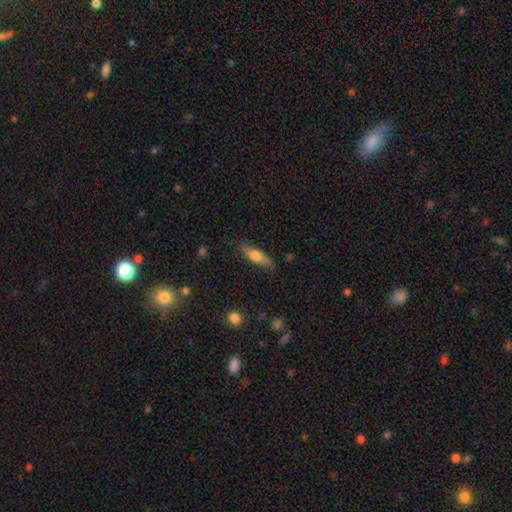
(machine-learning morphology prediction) This is possibly a smooth galaxy (53%). How rounded: likely cigar-shaped (67%). Merging: likely none (80%).